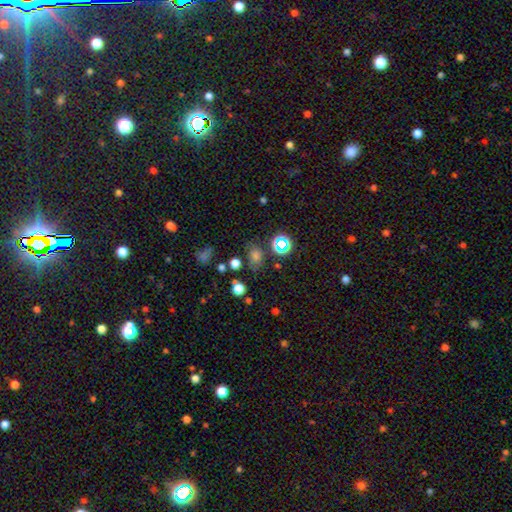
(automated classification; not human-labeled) This appears to be a smooth galaxy with no disk features (57%) that is in between round and cigar-shaped (49%, tied with round). Merging: none (74%).